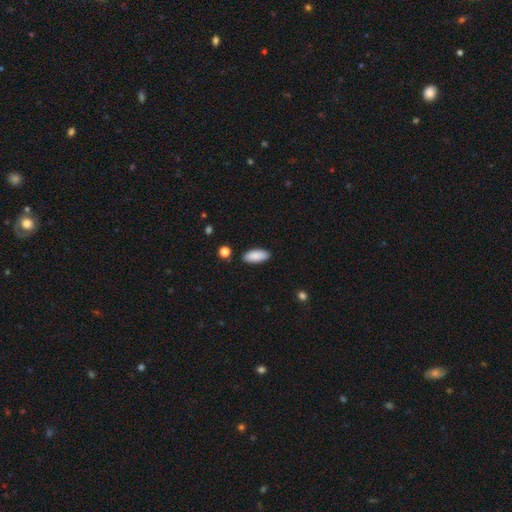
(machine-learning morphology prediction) Smooth or featured? smooth (88%)
How rounded? in between (85%)
Merging? none (87%)